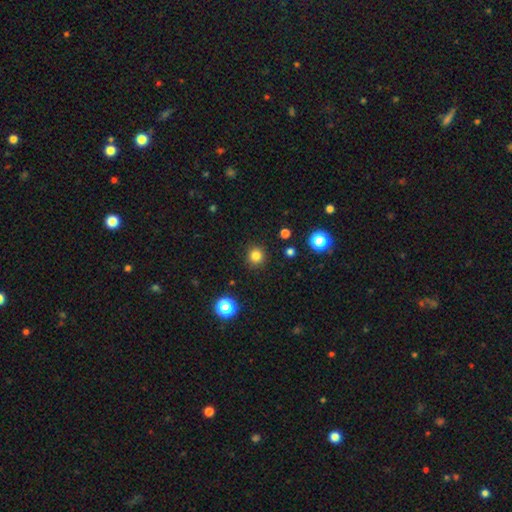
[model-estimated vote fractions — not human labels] This is clearly a smooth galaxy (82%). How rounded: clearly round (94%). Merging: clearly none (92%).